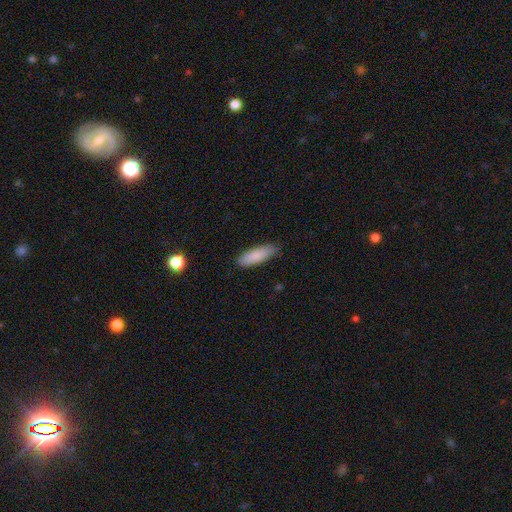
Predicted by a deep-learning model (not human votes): smooth 86%, featured or disk 8%, star or artifact 6%. Down the decision tree: how rounded — in between (60%); merging — none (83%).